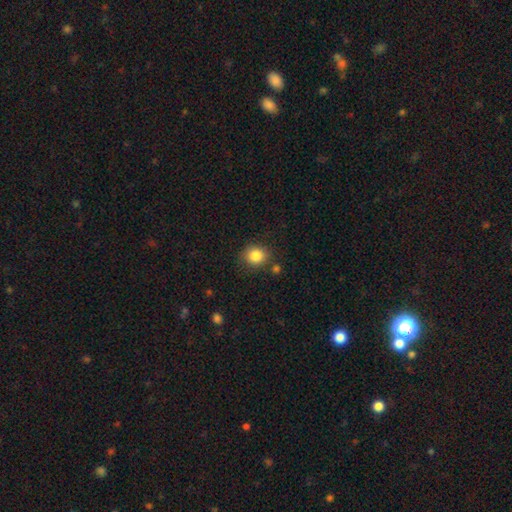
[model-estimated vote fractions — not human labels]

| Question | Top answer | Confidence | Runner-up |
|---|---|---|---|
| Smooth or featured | smooth | 85% | star or artifact (10%) |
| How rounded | round | 75% | in between (24%) |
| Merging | none | 81% | minor disturbance (11%) |